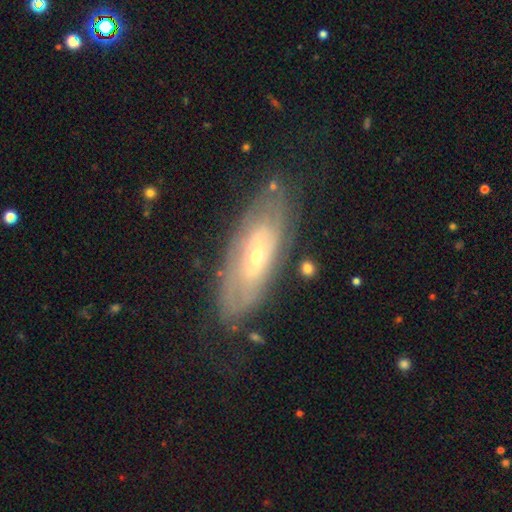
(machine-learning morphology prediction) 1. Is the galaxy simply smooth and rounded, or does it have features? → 73% featured or disk, 20% smooth, 7% star or artifact.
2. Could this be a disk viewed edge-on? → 81% no, 19% yes.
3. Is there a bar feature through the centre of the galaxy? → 69% no, 24% weak, 8% strong.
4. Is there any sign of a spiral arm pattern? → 68% yes, 32% no.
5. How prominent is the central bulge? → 62% small, 35% moderate, 2% large, 1% none, 1% dominant.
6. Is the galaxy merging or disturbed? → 77% none, 16% minor disturbance, 5% major disturbance, 2% merger.